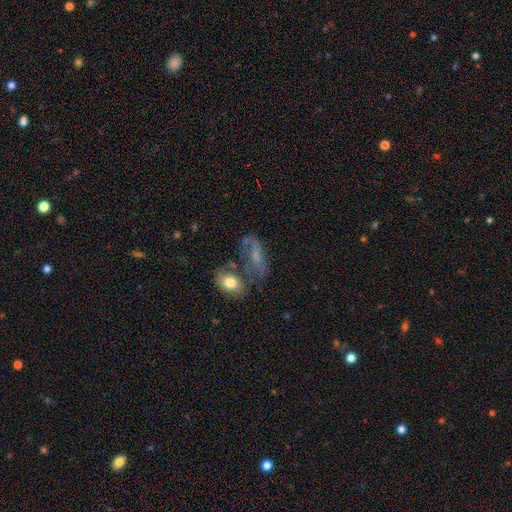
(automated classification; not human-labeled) A smooth galaxy with no disk features (46%).

Vote fractions:
- Smooth or featured? smooth: 46% / featured or disk: 39% / star or artifact: 15%
- Merging? none: 40% / minor disturbance: 22% / major disturbance: 20% / merger: 19%